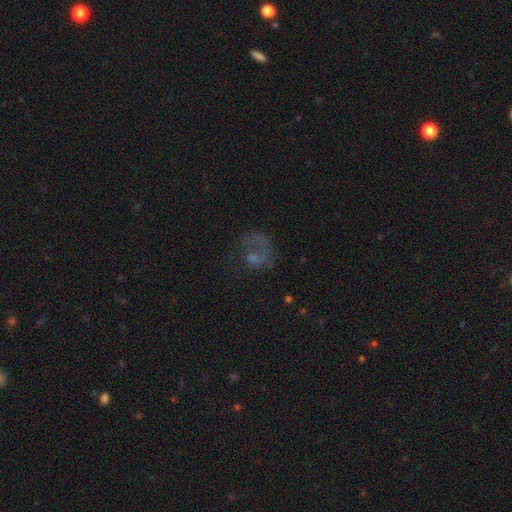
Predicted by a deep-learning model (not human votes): This is marginally a featured or disk galaxy (44%). Merging: marginally major disturbance (42%).